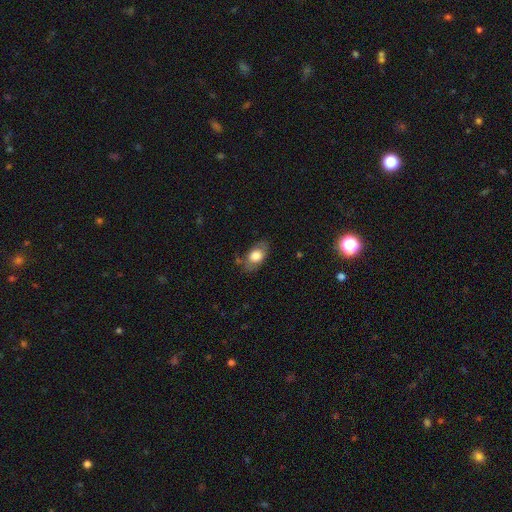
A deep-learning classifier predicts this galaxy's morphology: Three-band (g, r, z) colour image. It shows a smooth galaxy with no disk features (71%) that is in between round and cigar-shaped (88%). Merging: none (72%).